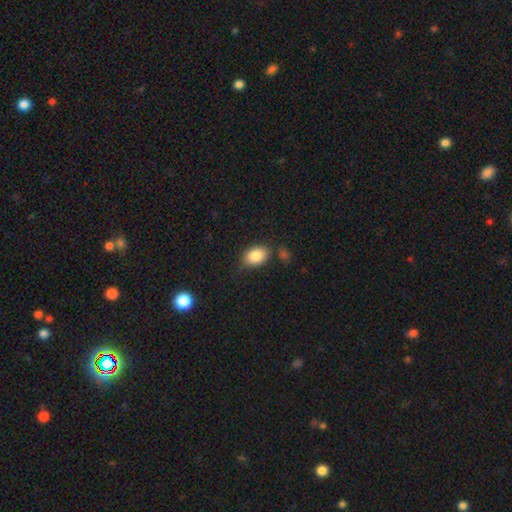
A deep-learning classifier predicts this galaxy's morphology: Smooth or featured: smooth — 85% (star or artifact — 8%)
How rounded: in between — 81% (round — 17%)
Merging: none — 73% (minor disturbance — 17%)